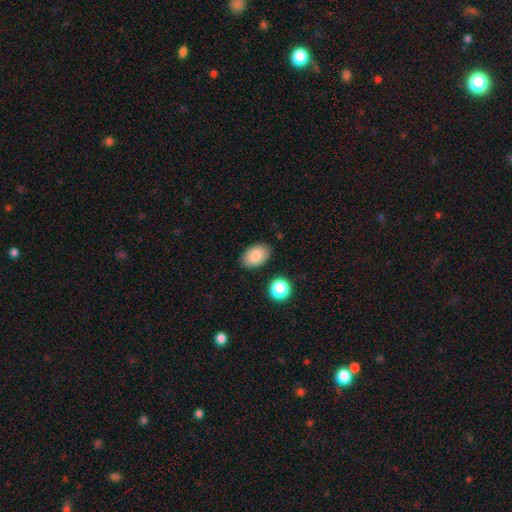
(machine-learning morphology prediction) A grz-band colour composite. It shows a smooth galaxy with no disk features (85%) that is in between round and cigar-shaped (89%). Merging: none (85%).